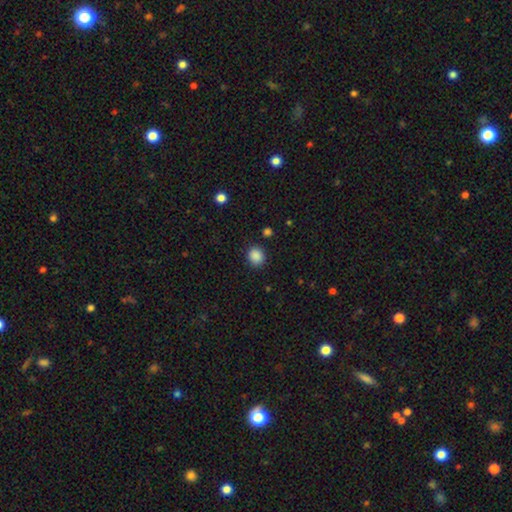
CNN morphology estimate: smooth 87%, star or artifact 10%, featured or disk 3%. Down the decision tree: how rounded — round (78%); merging — none (87%).